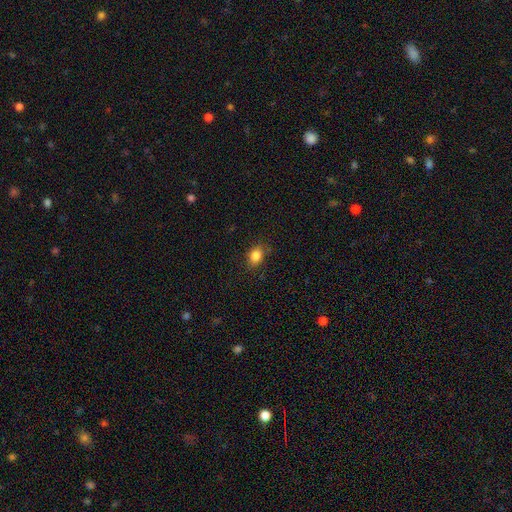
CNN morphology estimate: A smooth galaxy with no disk features (84%) that is in between round and cigar-shaped (54%). Merging: none (81%).